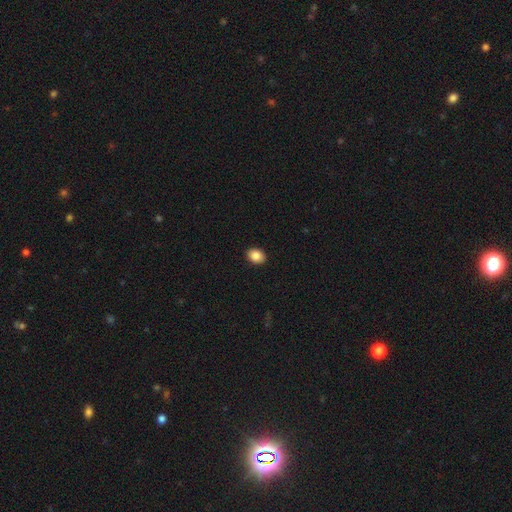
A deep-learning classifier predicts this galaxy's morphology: The model was most divided on "how rounded": in between: 71%, round: 28%, cigar-shaped: 1%. More confident: merging — none (91%); smooth or featured — smooth (87%).